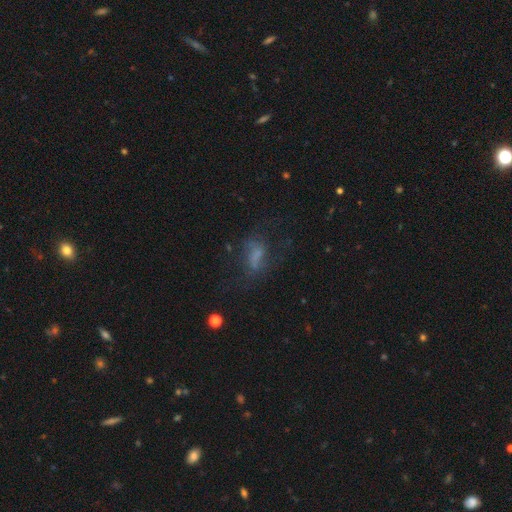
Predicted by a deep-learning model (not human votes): Q: Smooth or featured?
A: smooth (45%); runner-up: featured or disk (36%)
Q: Merging?
A: none (46%); runner-up: major disturbance (28%)